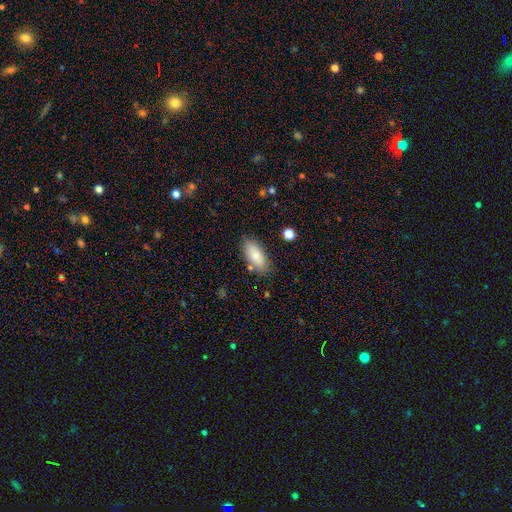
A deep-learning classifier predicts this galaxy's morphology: Smooth or featured? smooth (78%)
How rounded? in between (90%)
Merging? none (78%)